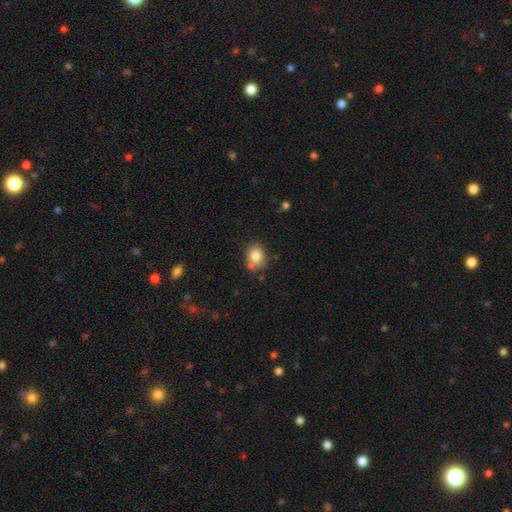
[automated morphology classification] This appears to be a smooth galaxy with no disk features (81%) that is round (57%). Merging: none (71%).